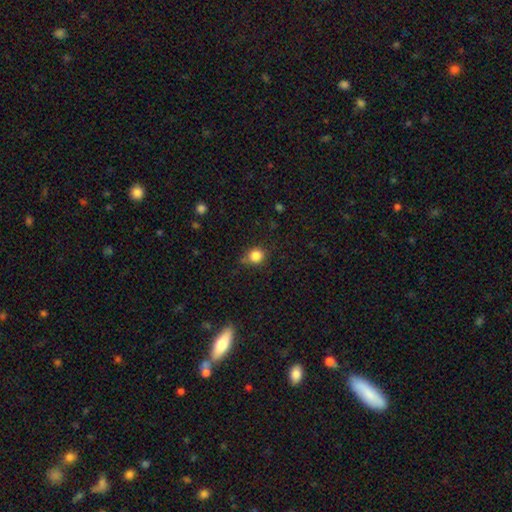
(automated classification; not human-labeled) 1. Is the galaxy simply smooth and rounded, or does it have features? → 84% smooth, 11% star or artifact, 5% featured or disk.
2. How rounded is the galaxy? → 85% round, 14% in between, 1% cigar-shaped.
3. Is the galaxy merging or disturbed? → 72% none, 20% minor disturbance, 4% major disturbance, 4% merger.